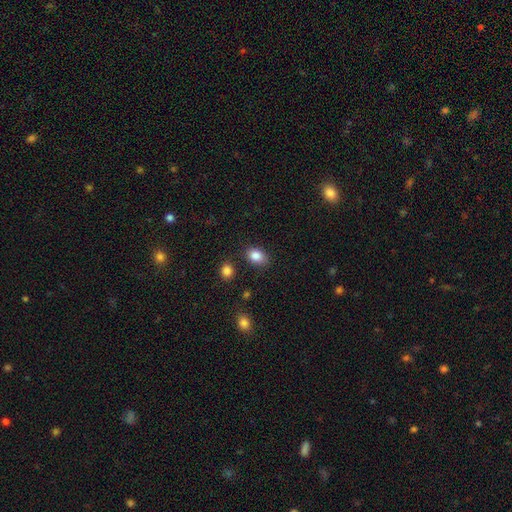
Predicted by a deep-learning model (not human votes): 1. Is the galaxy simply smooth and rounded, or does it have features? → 86% smooth, 9% star or artifact, 5% featured or disk.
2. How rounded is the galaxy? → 74% in between, 25% round, 1% cigar-shaped.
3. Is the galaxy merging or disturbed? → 79% none, 13% minor disturbance, 4% merger, 3% major disturbance.